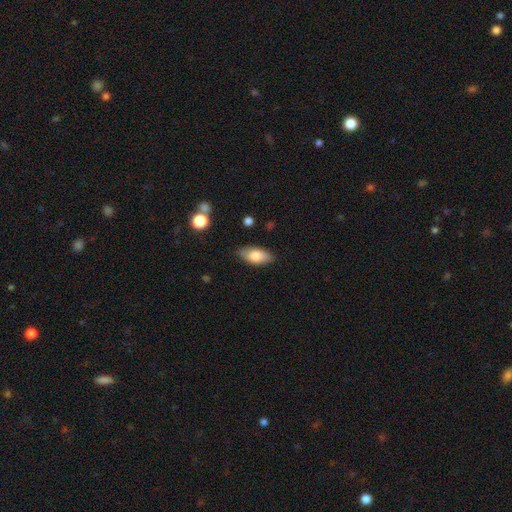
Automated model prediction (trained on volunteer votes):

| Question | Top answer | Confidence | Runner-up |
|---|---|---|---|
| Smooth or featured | smooth | 80% | featured or disk (13%) |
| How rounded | in between | 89% | cigar-shaped (8%) |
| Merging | none | 83% | minor disturbance (13%) |